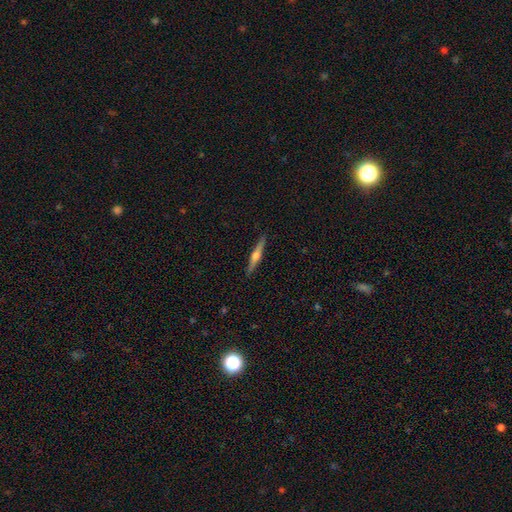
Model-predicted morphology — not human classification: type=featured or disk (68%); edge-on=yes (98%); edge-on bulge=rounded (90%); merging=none (91%).